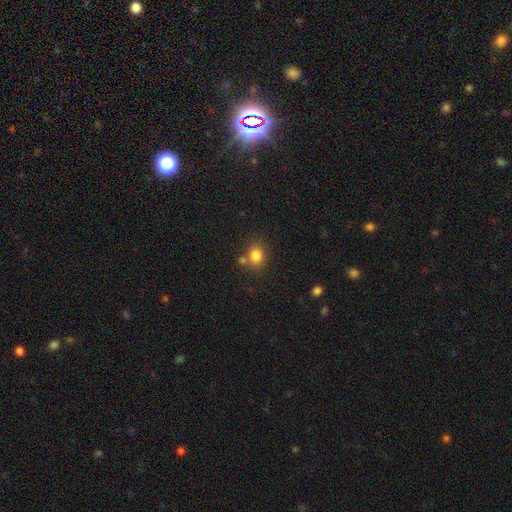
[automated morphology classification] Smooth or featured: smooth — 82% (star or artifact — 11%)
How rounded: round — 58% (in between — 41%)
Merging: none — 64% (merger — 20%)